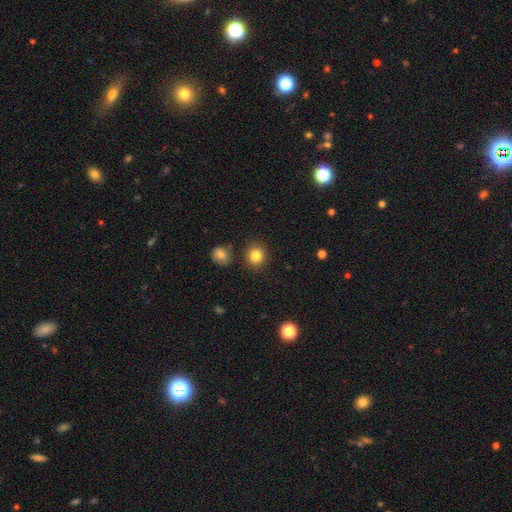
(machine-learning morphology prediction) This appears to be a smooth galaxy with no disk features (83%) that is round (85%). Merging: none (87%).